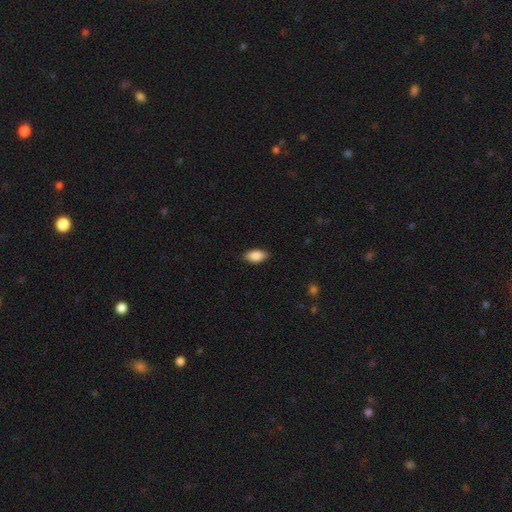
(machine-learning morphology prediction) This appears to be a smooth galaxy with no disk features (88%) that is in between round and cigar-shaped (92%). Merging: none (86%).